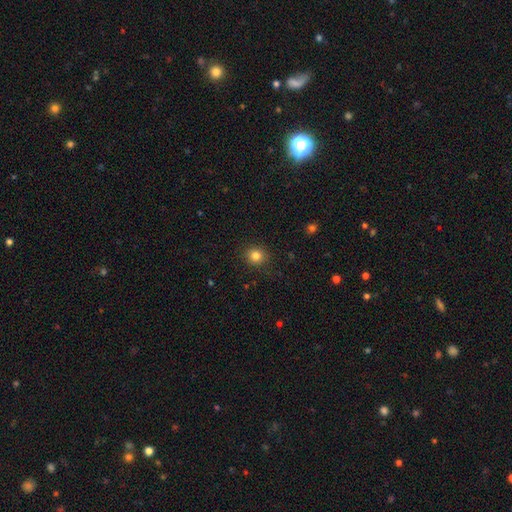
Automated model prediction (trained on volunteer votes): A smooth galaxy with no disk features (82%) that is round (89%).

Vote fractions:
- Smooth or featured? smooth: 82% / star or artifact: 12% / featured or disk: 6%
- How rounded? round: 89% / in between: 11% / cigar-shaped: 1%
- Merging? none: 90% / minor disturbance: 7% / major disturbance: 2% / merger: 1%